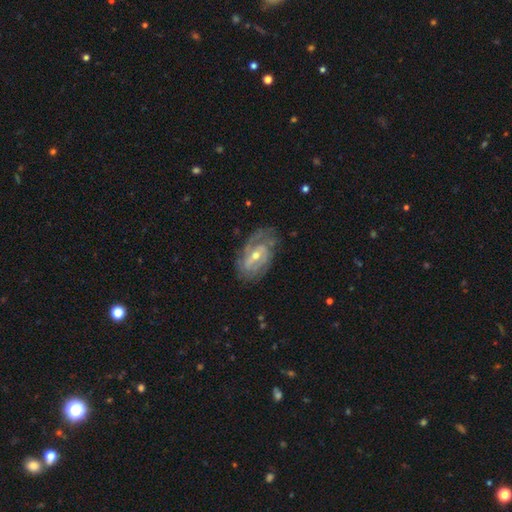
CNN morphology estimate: This is clearly a featured or disk galaxy (86%). It is clearly not viewed edge-on (95%). Bar: possibly weak (45%). Spiral arm pattern: clearly yes (94%). Spiral arm count: possibly 2 (53%). Spiral winding: possibly tight (51%). Central bulge: possibly moderate (49%). Merging: likely none (68%).